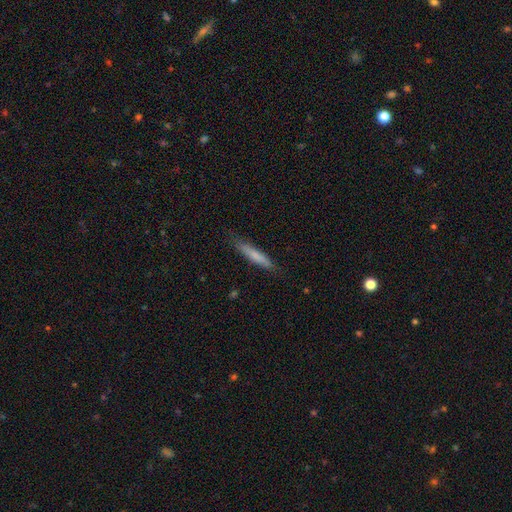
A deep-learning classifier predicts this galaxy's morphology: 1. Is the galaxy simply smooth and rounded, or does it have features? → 72% smooth, 22% featured or disk, 6% star or artifact.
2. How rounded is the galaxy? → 91% cigar-shaped, 8% in between, 1% round.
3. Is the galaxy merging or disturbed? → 82% none, 14% minor disturbance, 3% major disturbance, 1% merger.